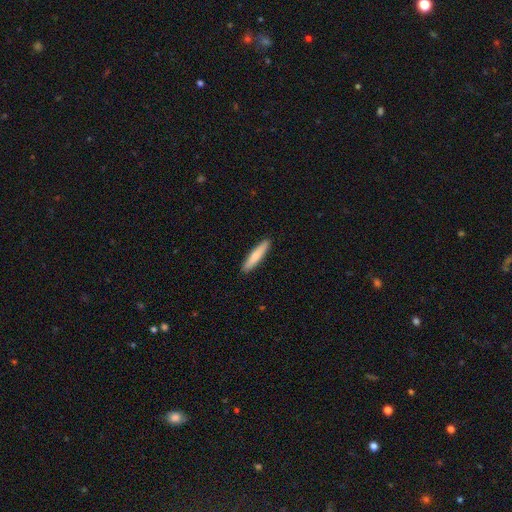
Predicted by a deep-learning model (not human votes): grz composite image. It shows a smooth galaxy with no disk features (77%) that is cigar-shaped (90%). Merging: none (91%).